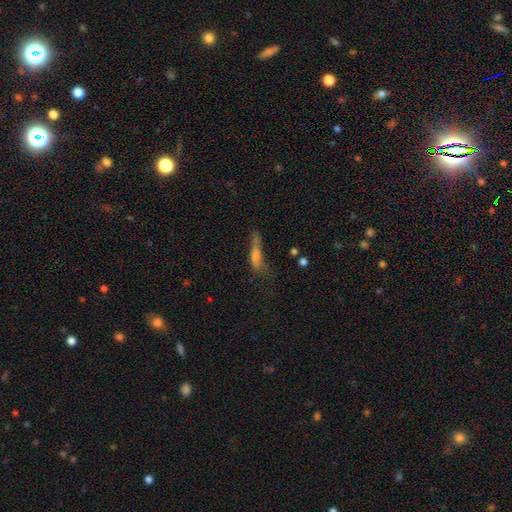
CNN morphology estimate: smooth-or-featured: smooth: 55% | featured or disk: 31% | star or artifact: 14%
  how-rounded: cigar-shaped: 71% | in between: 26% | round: 3%
  merging: none: 38% | major disturbance: 30% | minor disturbance: 26% | merger: 6%